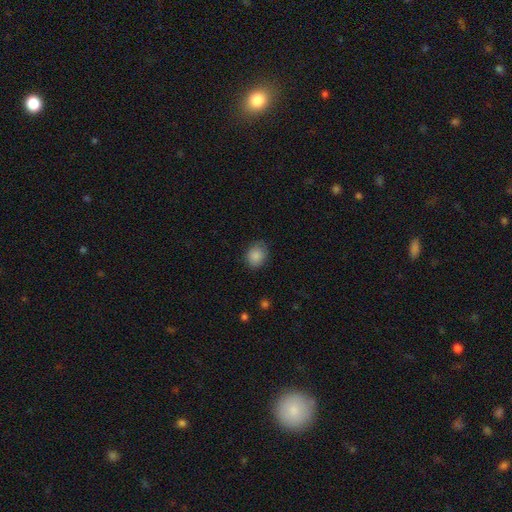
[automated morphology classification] Smooth or featured: smooth — 87% (star or artifact — 8%)
How rounded: round — 50% (in between — 49%)
Merging: none — 78% (minor disturbance — 17%)